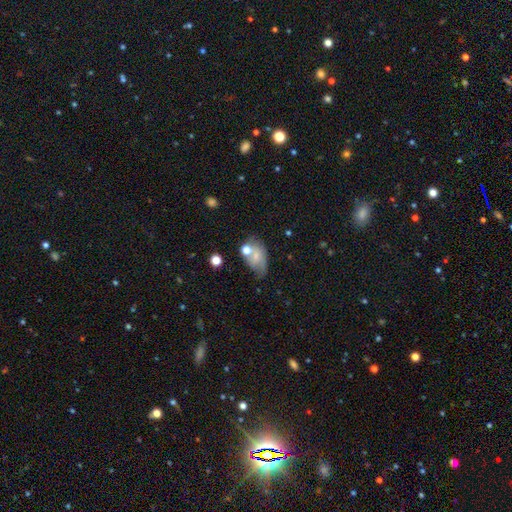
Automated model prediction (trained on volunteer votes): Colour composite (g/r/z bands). It shows a smooth galaxy with no disk features (60%) that is in between round and cigar-shaped (84%). Merging: none (37%).